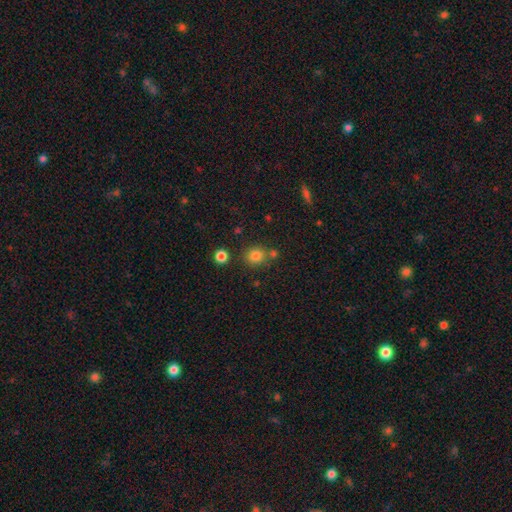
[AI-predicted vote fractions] A smooth galaxy with no disk features (81%) that is round (80%). Merging: none (73%).